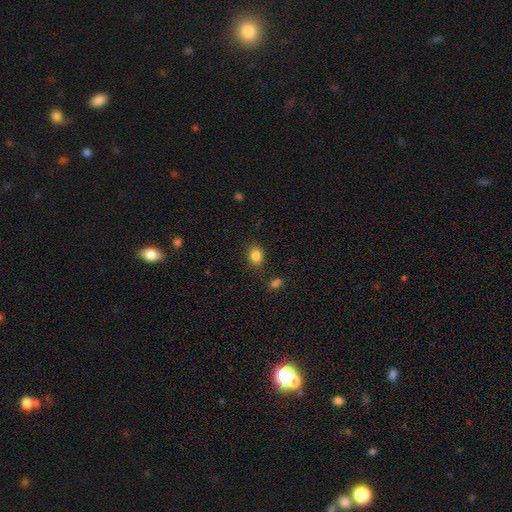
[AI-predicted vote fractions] Overall: smooth (84%). How rounded: in between (52%; round 47%). Merging: none (82%).